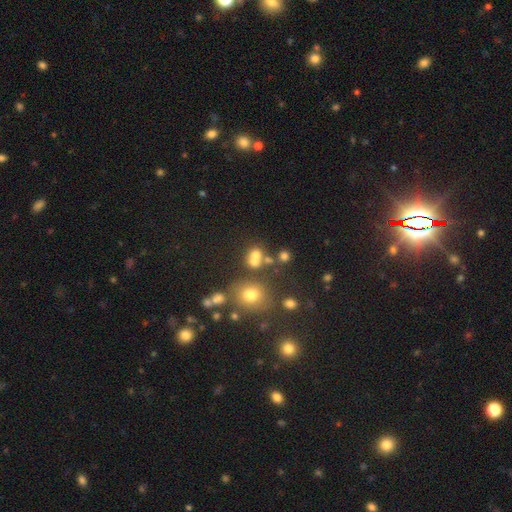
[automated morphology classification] smooth-or-featured: smooth: 67% | star or artifact: 19% | featured or disk: 15%
  how-rounded: round: 69% | in between: 29% | cigar-shaped: 1%
  merging: none: 43% | merger: 40% | minor disturbance: 10% | major disturbance: 6%